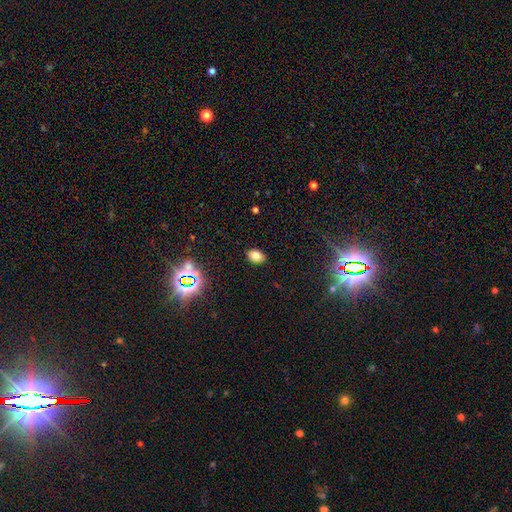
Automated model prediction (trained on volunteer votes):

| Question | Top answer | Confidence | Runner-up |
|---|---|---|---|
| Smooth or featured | smooth | 77% | star or artifact (15%) |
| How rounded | in between | 78% | round (21%) |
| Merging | none | 88% | minor disturbance (9%) |